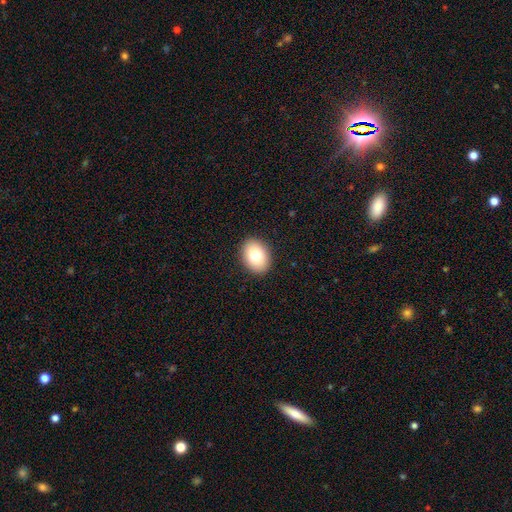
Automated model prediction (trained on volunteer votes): The model was most divided on "how rounded": in between: 68%, round: 31%, cigar-shaped: 1%. More confident: merging — none (91%); smooth or featured — smooth (79%).